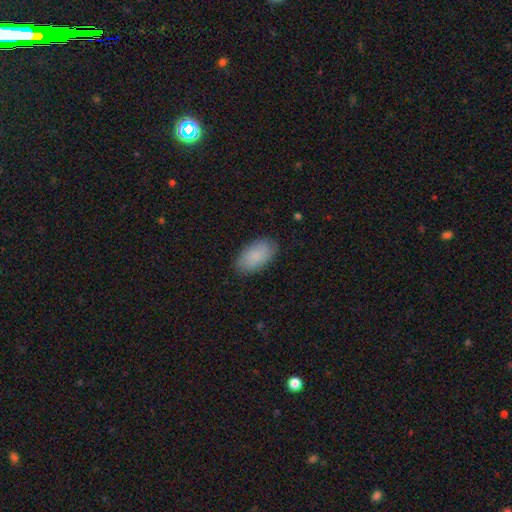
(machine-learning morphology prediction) This is clearly a smooth galaxy (84%). How rounded: clearly in between (94%). Merging: clearly none (85%).